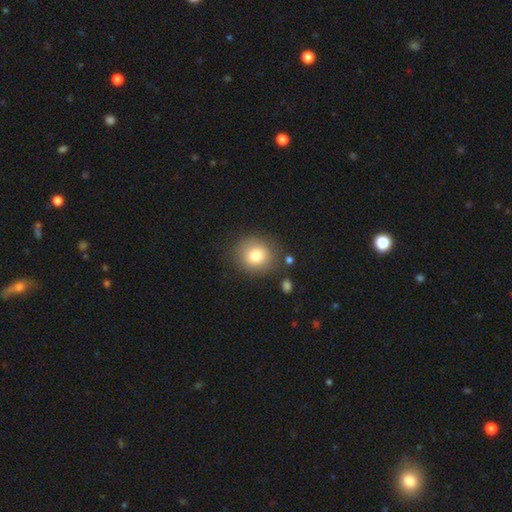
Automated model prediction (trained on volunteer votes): The model was most divided on "how rounded": round: 83%, in between: 16%, cigar-shaped: 1%. More confident: merging — none (81%); smooth or featured — smooth (79%).